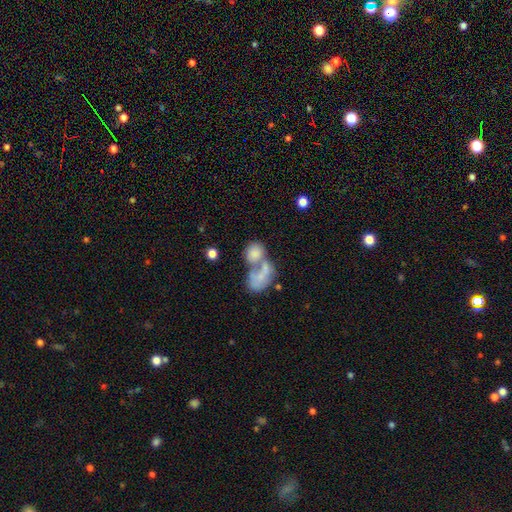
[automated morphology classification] A smooth galaxy with no disk features (65%) that is in between round and cigar-shaped (67%). Merging: merger (68%).